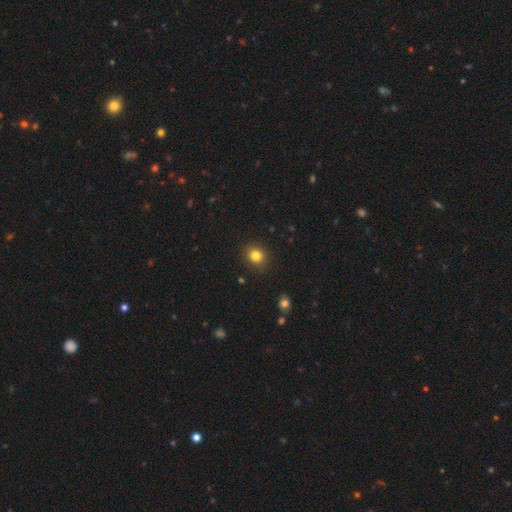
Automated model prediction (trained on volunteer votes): smooth_or_featured: smooth (p=0.82) [alt: star or artifact p=0.13]
how_rounded: round (p=0.81) [alt: in between p=0.18]
merging: none (p=0.88) [alt: minor disturbance p=0.09]